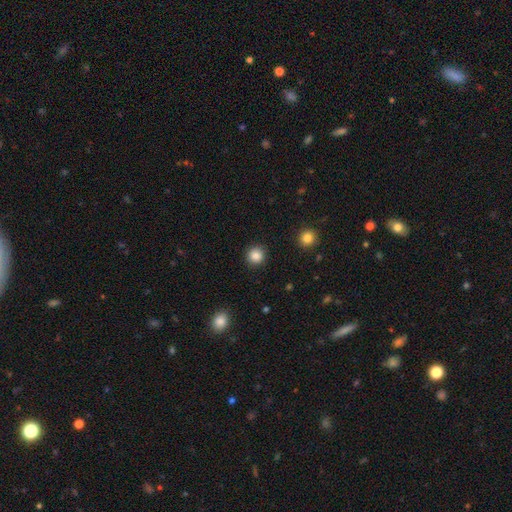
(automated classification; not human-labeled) The model was most divided on "smooth or featured": smooth: 86%, star or artifact: 10%, featured or disk: 4%. More confident: how rounded — round (93%); merging — none (92%).